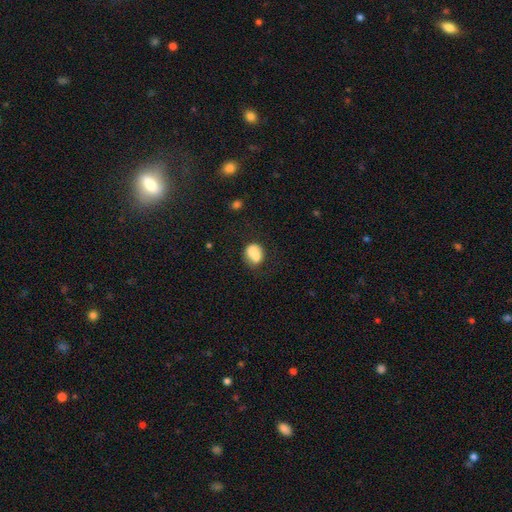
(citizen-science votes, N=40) Smooth or featured: smooth — 70% (featured or disk — 25%)
How rounded: round — 57% (in between — 43%)
Merging: none — 39% (merger — 37%)